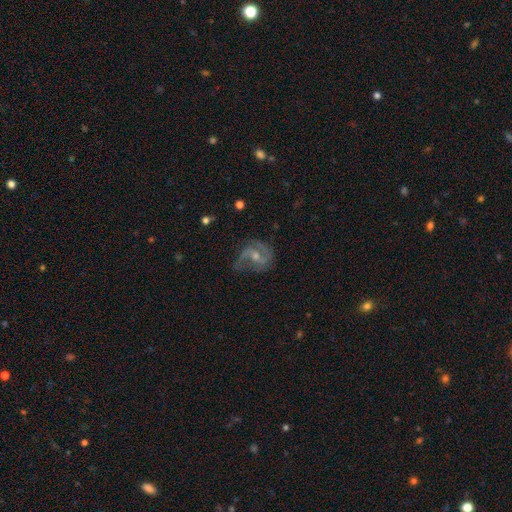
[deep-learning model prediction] Morphology: type=featured or disk (78%); edge-on=no (97%); bar=no (44%, tied with weak); spiral arms=yes (92%); winding=medium (48%); arm count=2 (65%); bulge=moderate (49%); merging=none (62%).